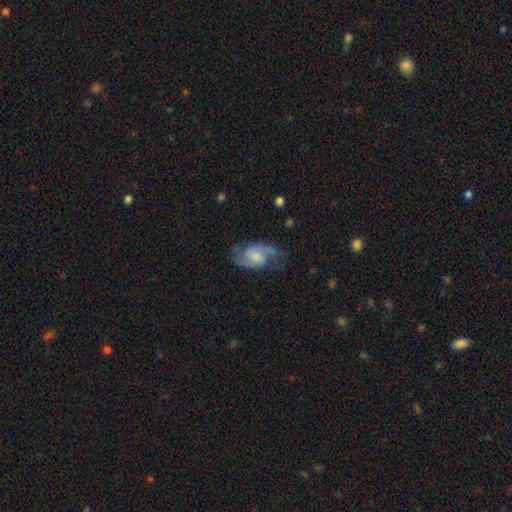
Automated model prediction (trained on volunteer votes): Smooth or featured? featured or disk (82%)
Edge-on disk? no (97%)
Bar? no (49%)
Spiral arms? yes (95%)
Spiral winding? medium (52%)
Spiral arm count? 2 (90%)
Bulge size? small (43%)
Merging? none (67%)